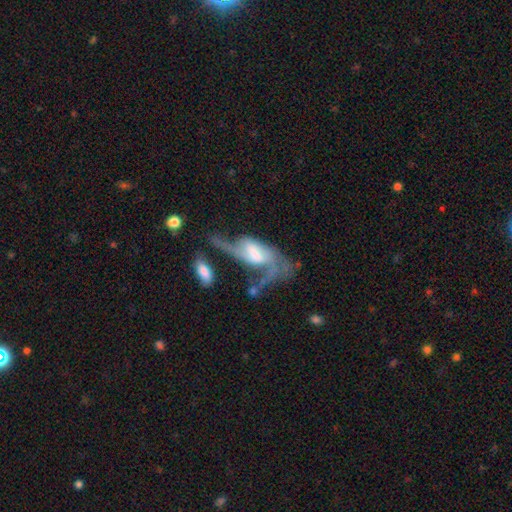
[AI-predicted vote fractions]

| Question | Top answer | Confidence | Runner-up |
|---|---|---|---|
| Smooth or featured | featured or disk | 76% | smooth (17%) |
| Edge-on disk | no | 93% | yes (7%) |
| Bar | weak | 47% | strong (30%) |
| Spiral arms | yes | 88% | no (12%) |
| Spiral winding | loose | 71% | medium (23%) |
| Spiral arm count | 2 | 79% | 1 (8%) |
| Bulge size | moderate | 34% | small (26%) |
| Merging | major disturbance | 39% | none (28%) |